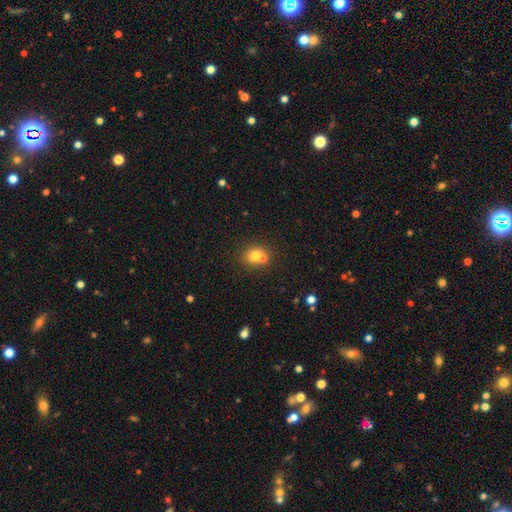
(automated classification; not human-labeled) This appears to be a smooth galaxy with no disk features (73%) that is round (74%). Merging: none (52%).